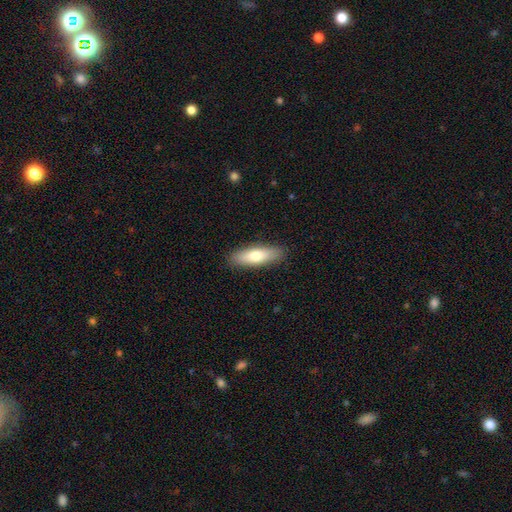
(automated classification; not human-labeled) Smooth or featured? smooth (71%)
How rounded? in between (49%)
Merging? none (89%)